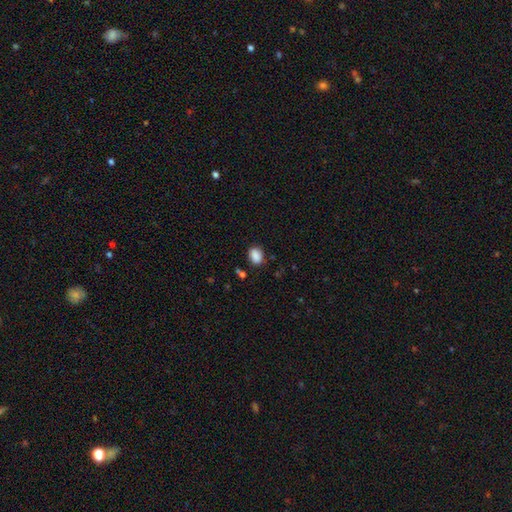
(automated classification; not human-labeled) Morphology: type=smooth (87%); roundness=in between (73%); merging=none (79%).